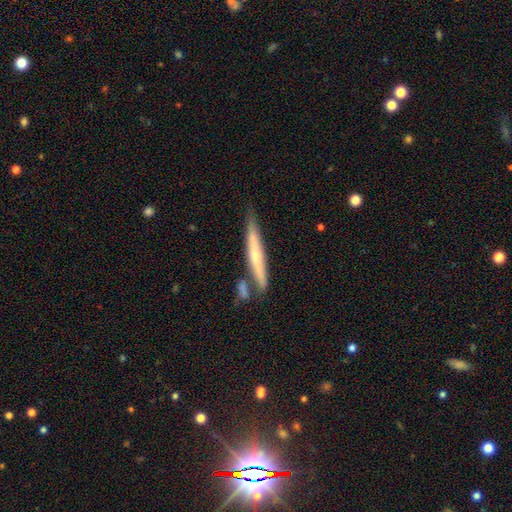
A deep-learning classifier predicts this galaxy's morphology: A featured or disk galaxy (52%) viewed edge-on (93%). Merging: none (68%).